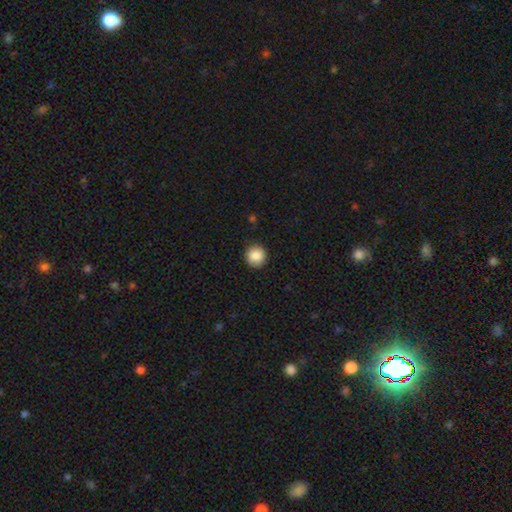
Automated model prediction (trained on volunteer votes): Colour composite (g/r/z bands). It shows a smooth galaxy with no disk features (87%) that is round (92%). Merging: none (90%).